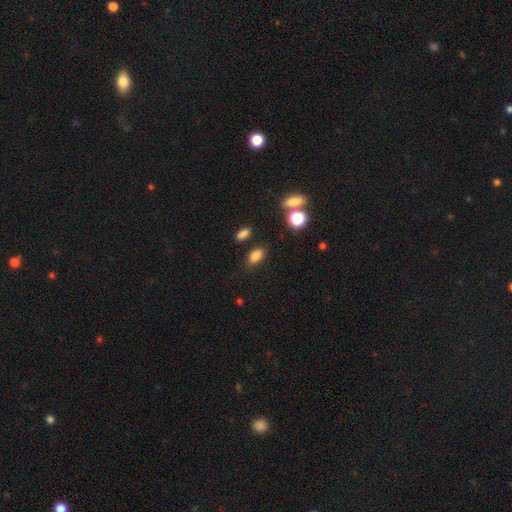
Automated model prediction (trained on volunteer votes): Smooth or featured: smooth — 82% (star or artifact — 12%)
How rounded: in between — 85% (round — 13%)
Merging: none — 81% (minor disturbance — 11%)